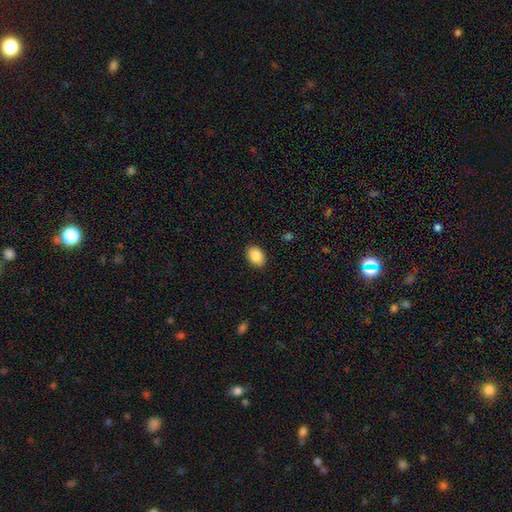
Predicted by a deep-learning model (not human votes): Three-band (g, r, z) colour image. It shows a smooth galaxy with no disk features (88%) that is in between round and cigar-shaped (78%). Merging: none (89%).